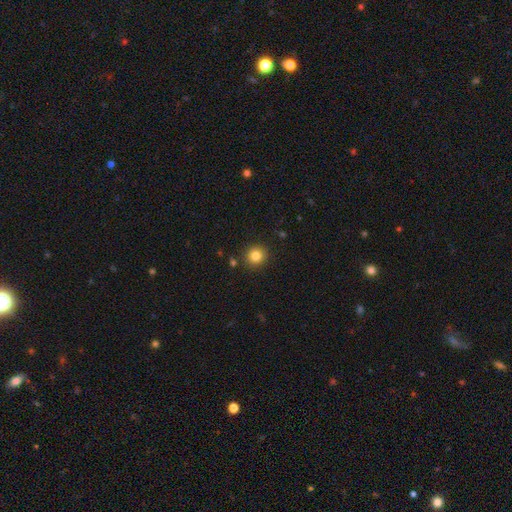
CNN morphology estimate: smooth-or-featured: smooth: 83% | star or artifact: 11% | featured or disk: 6%
  how-rounded: round: 91% | in between: 8% | cigar-shaped: 1%
  merging: none: 89% | minor disturbance: 6% | merger: 2% | major disturbance: 2%